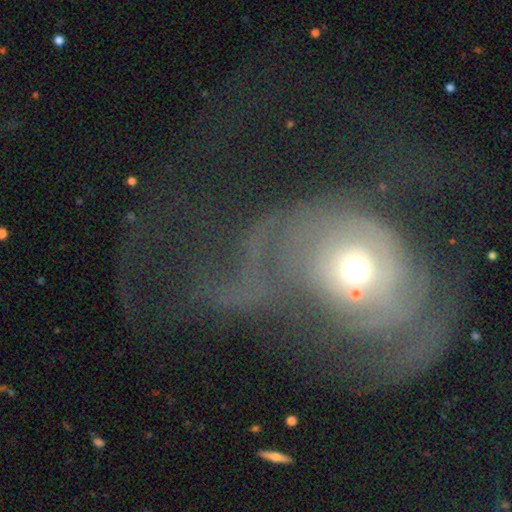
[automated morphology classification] type=featured or disk (64%); edge-on=no (96%); bar=no (83%); spiral arms=yes (53%); bulge=moderate (63%); merging=major disturbance (60%).